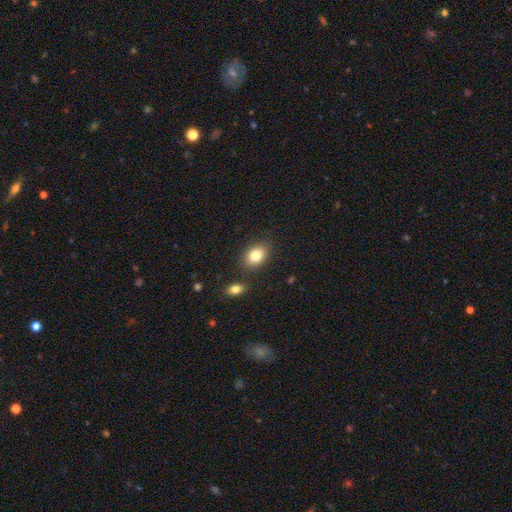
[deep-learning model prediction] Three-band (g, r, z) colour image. It shows a smooth galaxy with no disk features (81%) that is in between round and cigar-shaped (74%). Merging: none (82%).